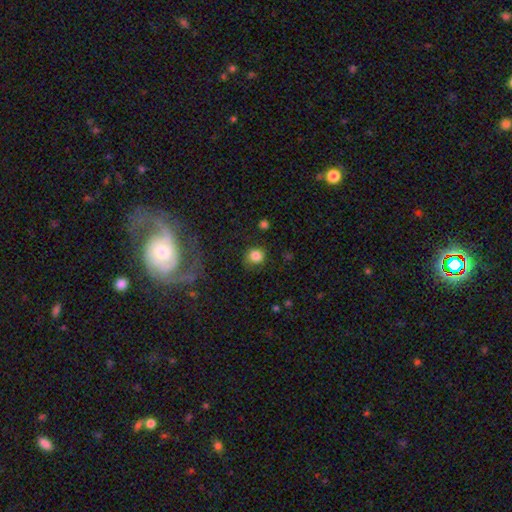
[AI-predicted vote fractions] Morphology: type=smooth (84%); roundness=round (87%); merging=none (79%).